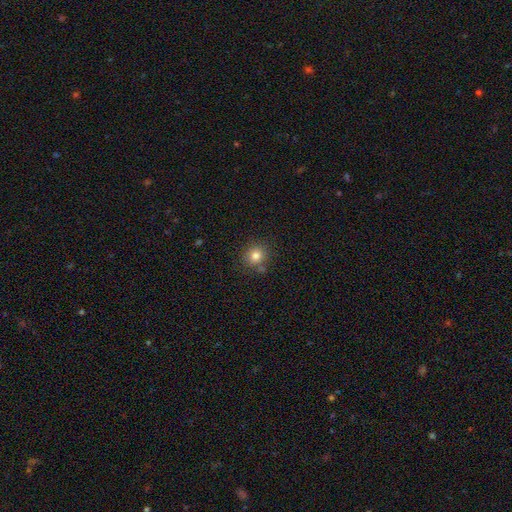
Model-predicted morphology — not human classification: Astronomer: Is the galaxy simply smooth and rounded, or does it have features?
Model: smooth — 81%.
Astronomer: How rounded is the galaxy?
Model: round — 89%.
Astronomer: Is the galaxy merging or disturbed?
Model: none — 80%.